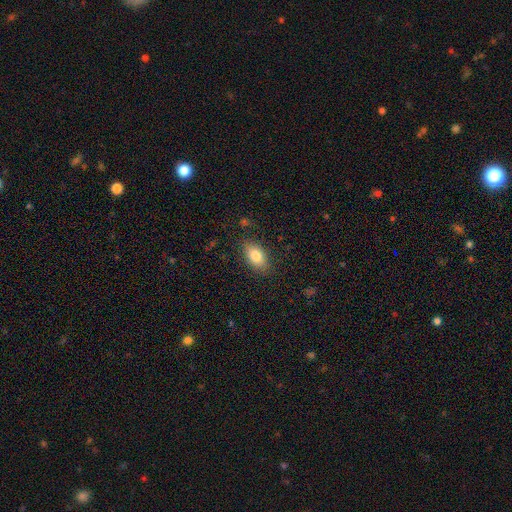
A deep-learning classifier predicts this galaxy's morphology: A smooth galaxy with no disk features (82%) that is in between round and cigar-shaped (89%). Merging: none (84%).